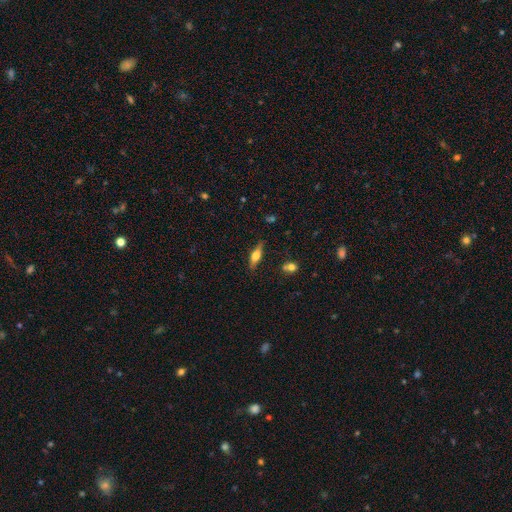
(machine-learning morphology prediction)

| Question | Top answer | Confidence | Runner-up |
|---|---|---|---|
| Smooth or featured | featured or disk | 52% | smooth (41%) |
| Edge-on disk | yes | 93% | no (7%) |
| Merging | none | 83% | minor disturbance (11%) |